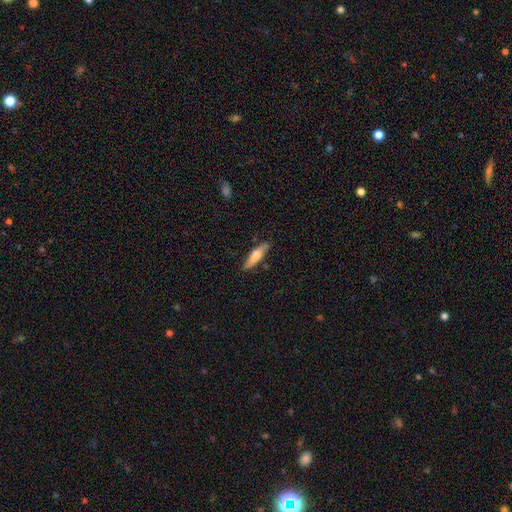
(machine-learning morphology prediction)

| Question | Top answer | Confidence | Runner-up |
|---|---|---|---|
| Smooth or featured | smooth | 66% | featured or disk (28%) |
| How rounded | cigar-shaped | 69% | in between (29%) |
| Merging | none | 81% | minor disturbance (14%) |